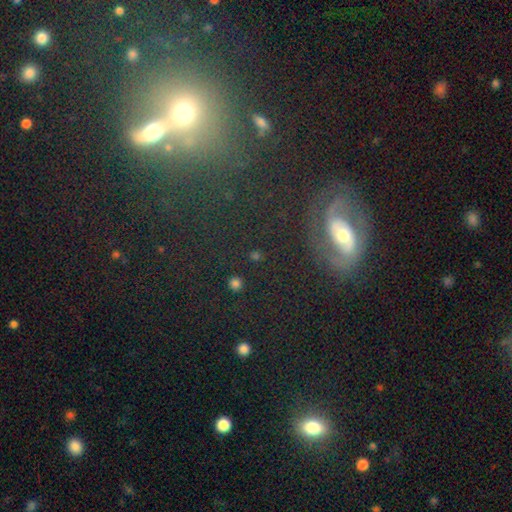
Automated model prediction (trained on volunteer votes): Smooth or featured?
  - smooth: 39% *
  - star or artifact: 32%
  - featured or disk: 28%
Merging?
  - none: 80% *
  - minor disturbance: 10%
  - major disturbance: 6%
  - merger: 4%